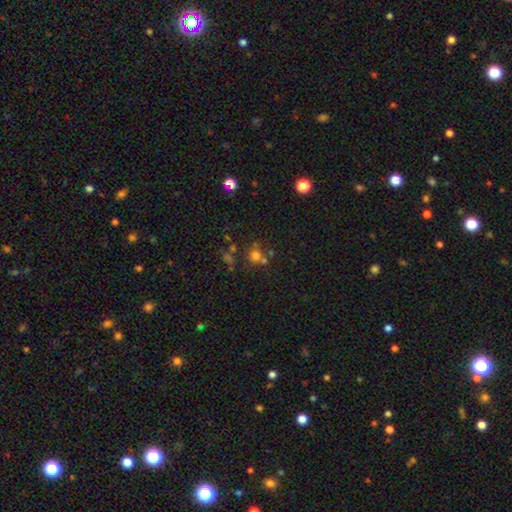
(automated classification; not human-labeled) A smooth galaxy with no disk features (63%) that is round (85%).

Vote fractions:
- Smooth or featured? smooth: 63% / star or artifact: 24% / featured or disk: 13%
- How rounded? round: 85% / in between: 14% / cigar-shaped: 1%
- Merging? none: 57% / merger: 27% / minor disturbance: 10% / major disturbance: 6%